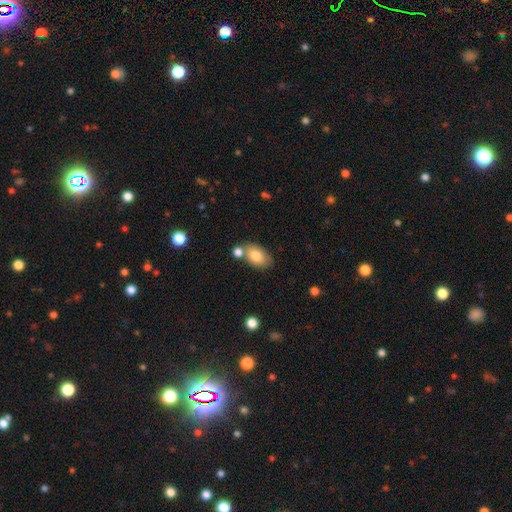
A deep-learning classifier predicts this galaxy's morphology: A smooth galaxy with no disk features (79%) that is in between round and cigar-shaped (88%).

Vote fractions:
- Smooth or featured? smooth: 79% / featured or disk: 13% / star or artifact: 8%
- How rounded? in between: 88% / round: 11% / cigar-shaped: 1%
- Merging? none: 63% / merger: 20% / minor disturbance: 14% / major disturbance: 4%